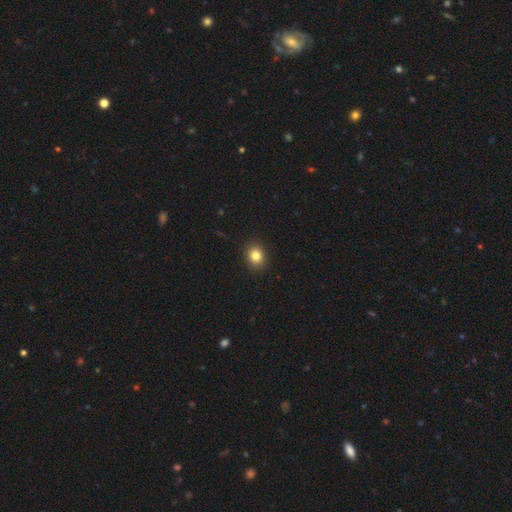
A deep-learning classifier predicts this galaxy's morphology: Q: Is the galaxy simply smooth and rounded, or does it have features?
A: smooth — 83%.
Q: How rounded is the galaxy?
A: round — 61%.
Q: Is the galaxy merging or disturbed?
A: none — 90%.